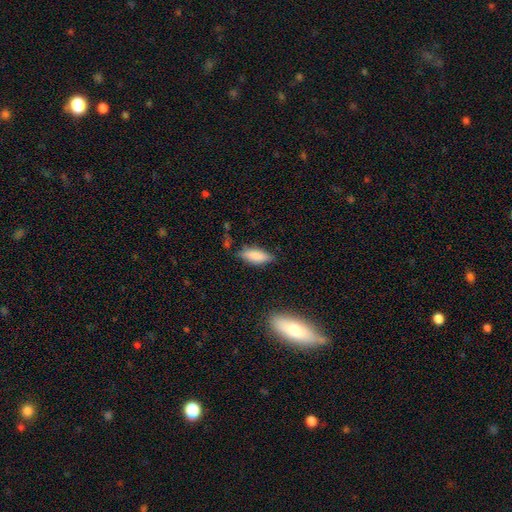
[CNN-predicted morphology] Smooth or featured? smooth (81%)
How rounded? in between (69%)
Merging? none (72%)